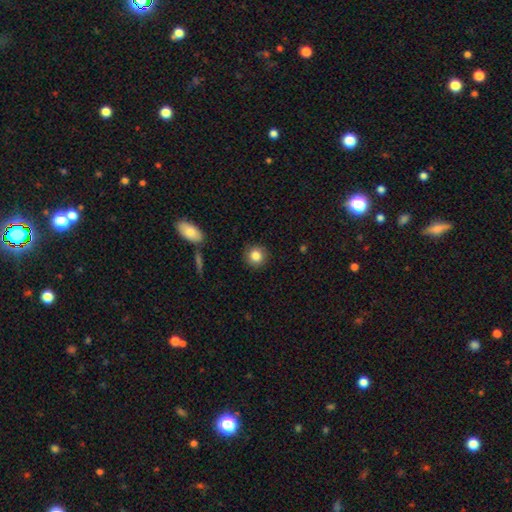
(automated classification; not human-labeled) smooth-or-featured: smooth: 85% | star or artifact: 9% | featured or disk: 6%
  how-rounded: round: 90% | in between: 9% | cigar-shaped: 1%
  merging: none: 89% | minor disturbance: 7% | major disturbance: 2% | merger: 1%